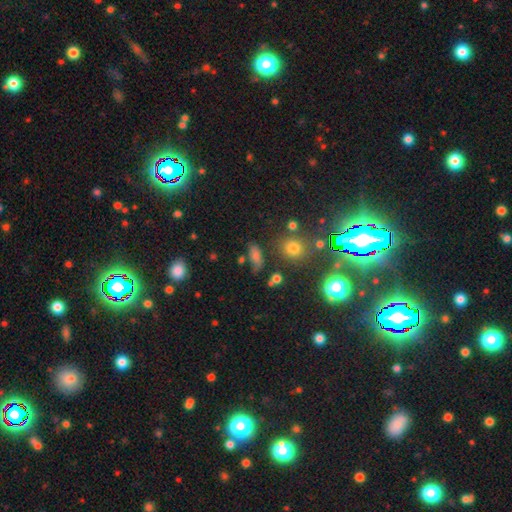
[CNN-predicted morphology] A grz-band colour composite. It shows a smooth galaxy with no disk features (61%) that is in between round and cigar-shaped (67%). Merging: none (65%).